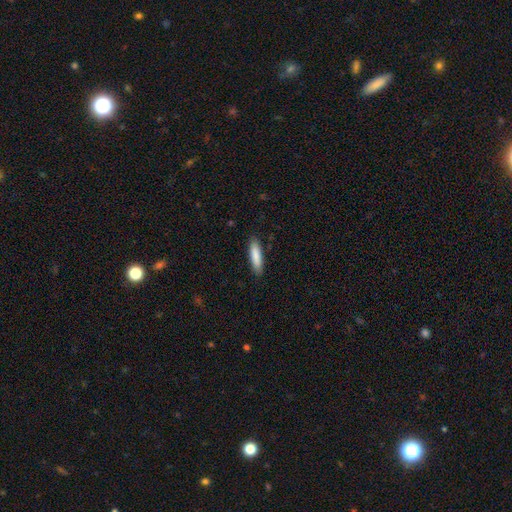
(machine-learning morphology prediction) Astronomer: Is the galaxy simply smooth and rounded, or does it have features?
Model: smooth — 86%.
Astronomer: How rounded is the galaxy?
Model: cigar-shaped — 72%.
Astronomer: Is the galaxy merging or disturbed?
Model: none — 88%.